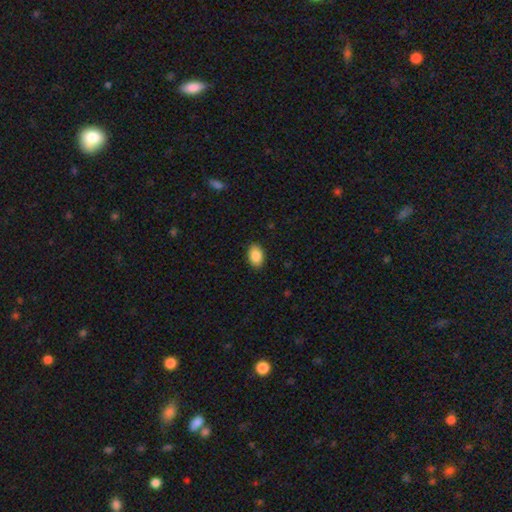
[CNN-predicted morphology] This is clearly a smooth galaxy (88%). How rounded: clearly in between (88%). Merging: clearly none (89%).